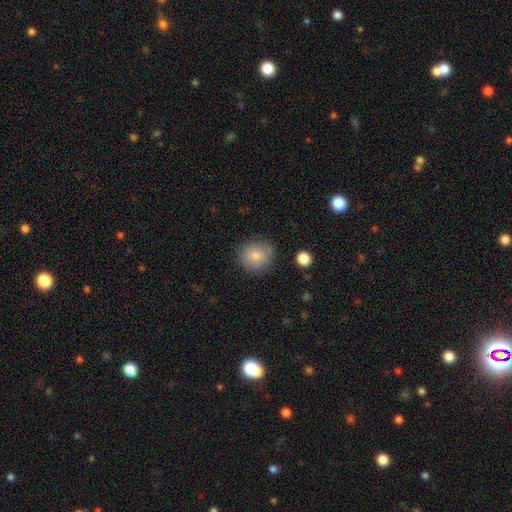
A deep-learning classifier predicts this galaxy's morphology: smooth_or_featured: smooth (p=0.83) [alt: featured or disk p=0.09]
how_rounded: round (p=0.87) [alt: in between p=0.12]
merging: none (p=0.80) [alt: minor disturbance p=0.13]